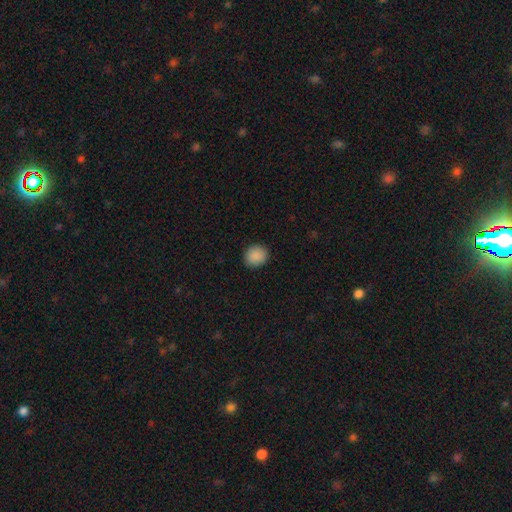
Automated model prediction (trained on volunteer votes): Morphology: type=smooth (89%); roundness=round (80%); merging=none (90%).